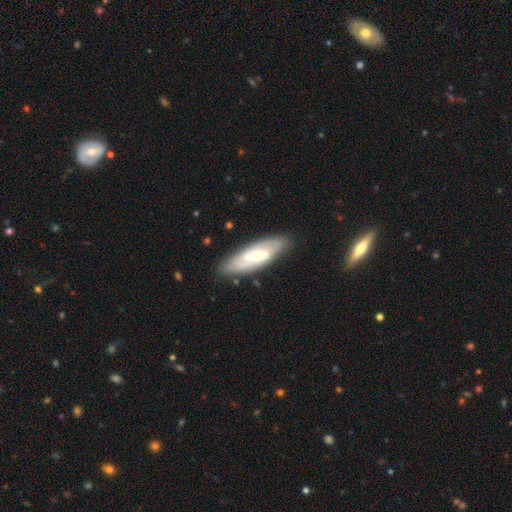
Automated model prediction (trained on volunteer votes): smooth_or_featured: featured or disk (p=0.53) [alt: smooth p=0.40]
disk_edge_on: no (p=0.74) [alt: yes p=0.26]
merging: none (p=0.80) [alt: minor disturbance p=0.15]